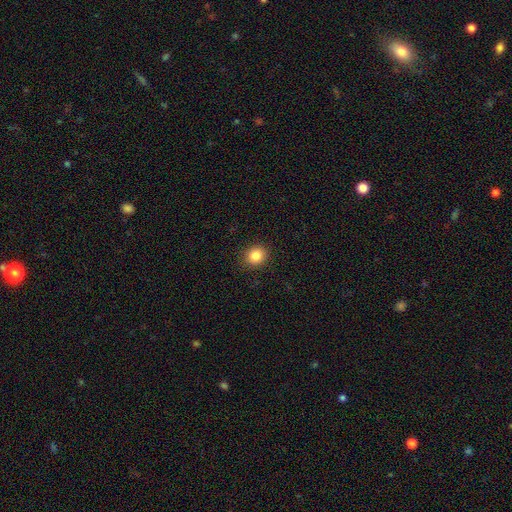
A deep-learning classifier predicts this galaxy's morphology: A smooth galaxy with no disk features (85%) that is round (80%).

Vote fractions:
- Smooth or featured? smooth: 85% / star or artifact: 10% / featured or disk: 5%
- How rounded? round: 80% / in between: 19% / cigar-shaped: 1%
- Merging? none: 90% / minor disturbance: 6% / major disturbance: 2% / merger: 1%